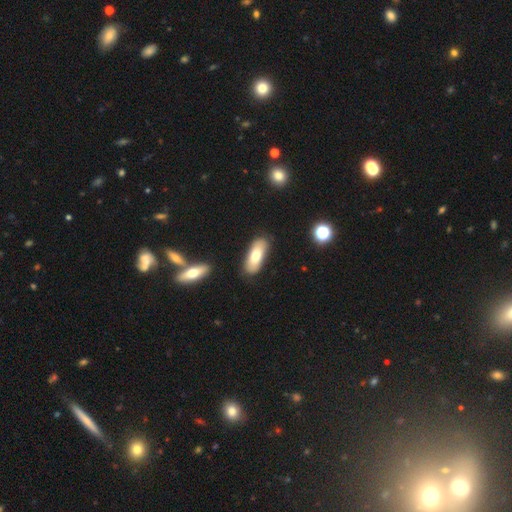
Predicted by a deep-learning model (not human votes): Smooth or featured? Predicted: smooth (p=0.73). How rounded? Predicted: in between (p=0.79). Merging? Predicted: none (p=0.82).